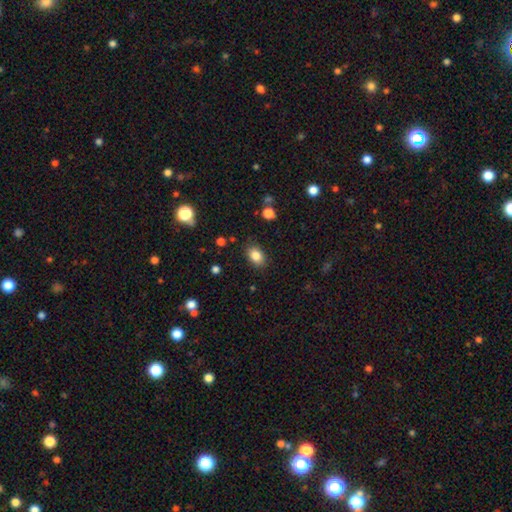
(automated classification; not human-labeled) Smooth or featured? smooth (84%)
How rounded? in between (77%)
Merging? none (85%)